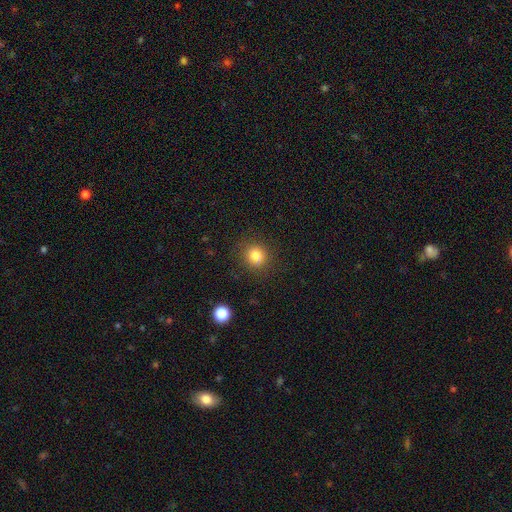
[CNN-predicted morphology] Smooth or featured?
  - smooth: 81% *
  - star or artifact: 12%
  - featured or disk: 7%
How rounded?
  - round: 86% *
  - in between: 13%
  - cigar-shaped: 1%
Merging?
  - none: 84% *
  - minor disturbance: 10%
  - major disturbance: 3%
  - merger: 3%